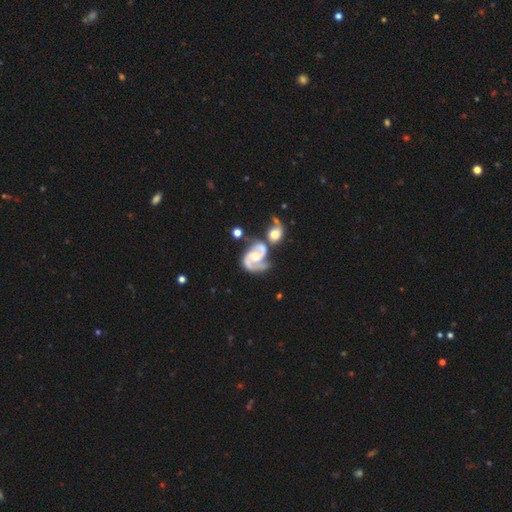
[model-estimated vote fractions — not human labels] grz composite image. It shows a featured or disk galaxy (91%) with no bar (49%), 2 (91%) medium (57%) spiral arms (98%) and a moderate central bulge (62%). Merging: none (37%, tied with merger).